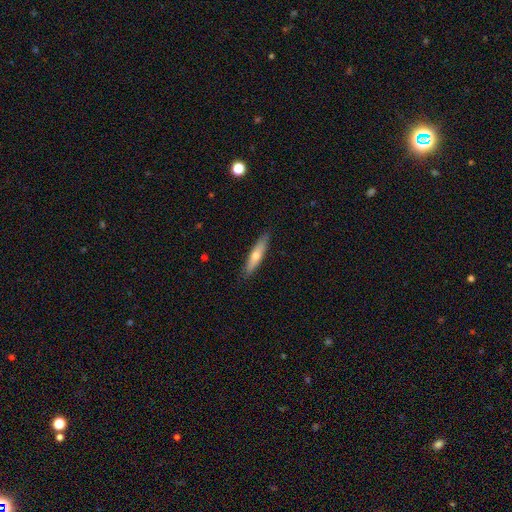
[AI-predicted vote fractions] smooth_or_featured: smooth (p=0.62) [alt: featured or disk p=0.33]
how_rounded: cigar-shaped (p=0.83) [alt: in between p=0.16]
merging: none (p=0.88) [alt: minor disturbance p=0.09]